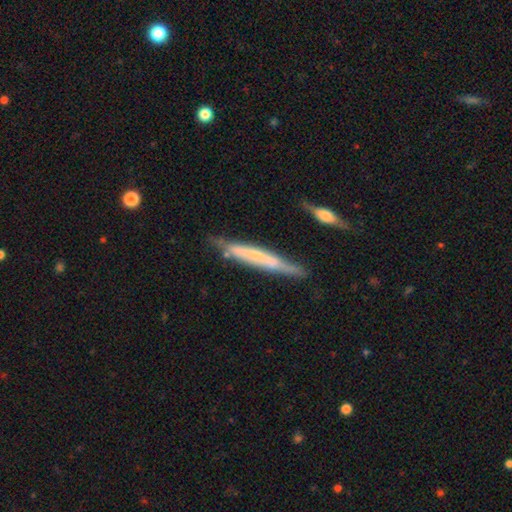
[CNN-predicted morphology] A featured or disk galaxy (53%) viewed edge-on (86%). Merging: none (66%).